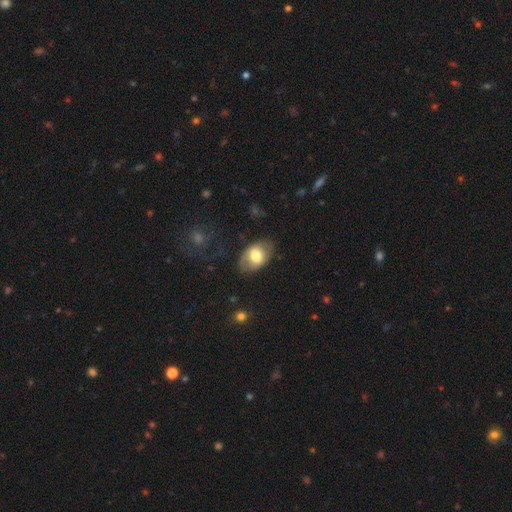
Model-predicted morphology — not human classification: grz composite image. It shows a smooth galaxy with no disk features (65%) that is in between round and cigar-shaped (88%). Merging: none (75%).